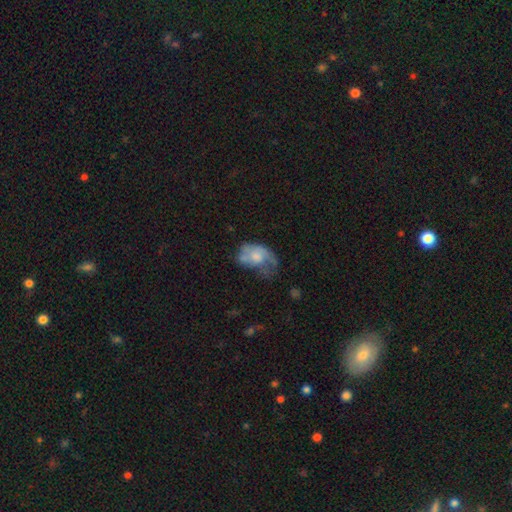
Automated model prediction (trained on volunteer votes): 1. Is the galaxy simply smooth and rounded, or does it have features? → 48% smooth, 44% featured or disk, 8% star or artifact.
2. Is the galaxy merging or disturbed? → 41% major disturbance, 29% minor disturbance, 24% none, 7% merger.